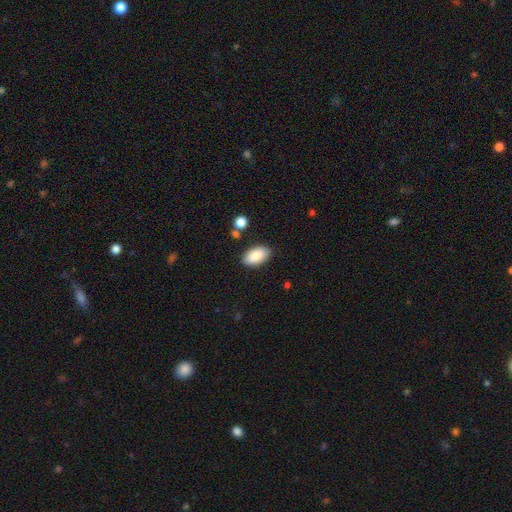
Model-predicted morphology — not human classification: Overall: smooth (88%). How rounded: in between (95%). Merging: none (84%).